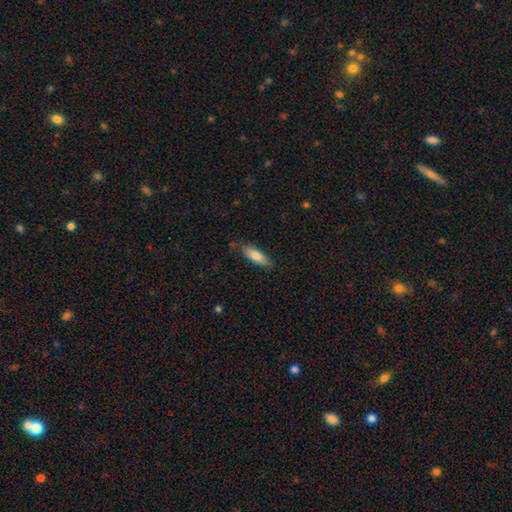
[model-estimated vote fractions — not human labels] Overall: smooth (81%). How rounded: in between (53%; cigar-shaped 45%). Merging: none (82%).